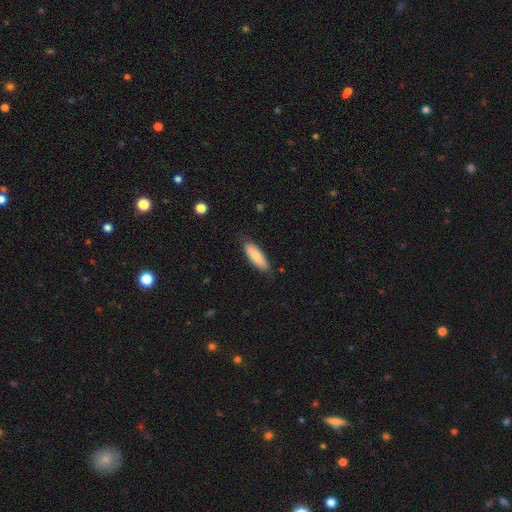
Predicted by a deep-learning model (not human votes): This is likely a smooth galaxy (79%). How rounded: possibly in between (58%). Merging: clearly none (81%).